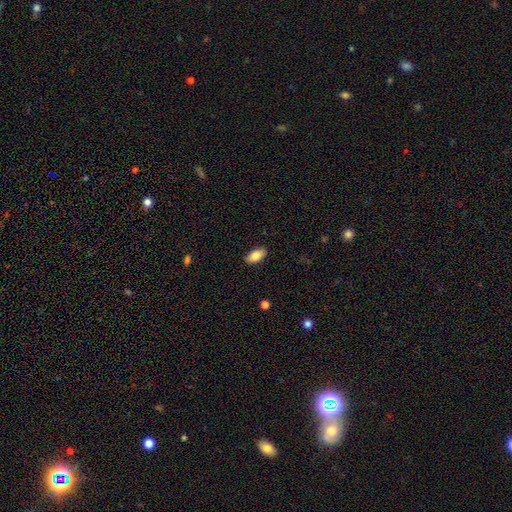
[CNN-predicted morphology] Smooth or featured: smooth — 83% (featured or disk — 10%)
How rounded: in between — 92% (cigar-shaped — 5%)
Merging: none — 88% (minor disturbance — 9%)